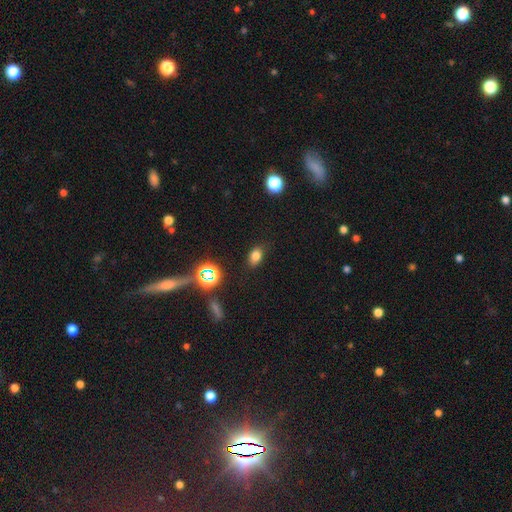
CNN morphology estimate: This is likely a smooth galaxy (74%). How rounded: likely in between (79%). Merging: clearly none (82%).